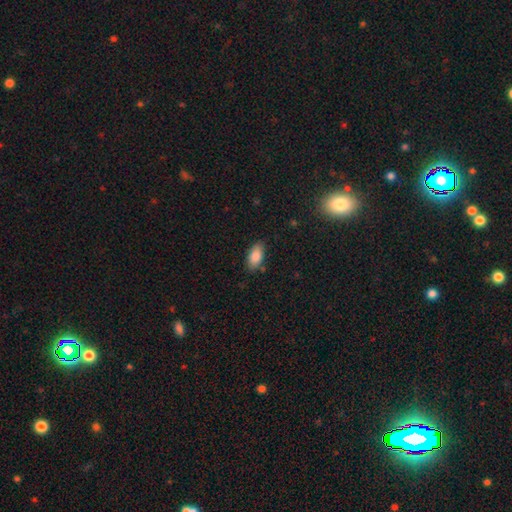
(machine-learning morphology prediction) smooth 86%, star or artifact 7%, featured or disk 7%. Down the decision tree: how rounded — in between (91%); merging — none (82%).